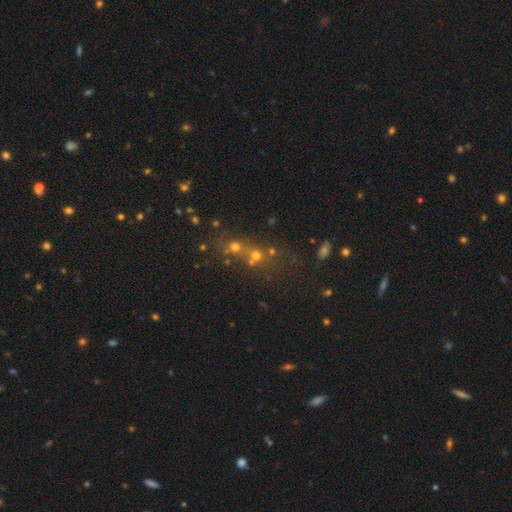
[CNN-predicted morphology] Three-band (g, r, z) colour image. It shows a smooth galaxy with no disk features (46%). Merging: merger (45%).